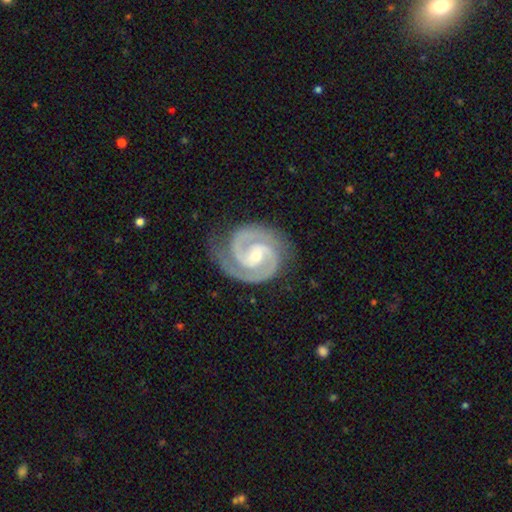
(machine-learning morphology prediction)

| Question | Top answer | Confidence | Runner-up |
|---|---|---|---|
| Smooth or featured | featured or disk | 94% | star or artifact (4%) |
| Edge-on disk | no | 98% | yes (2%) |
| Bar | weak | 42% | no (37%) |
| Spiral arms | yes | 99% | no (1%) |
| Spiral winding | tight | 57% | medium (39%) |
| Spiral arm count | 2 | 92% | 3 (3%) |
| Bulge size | small | 55% | moderate (42%) |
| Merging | none | 80% | minor disturbance (15%) |